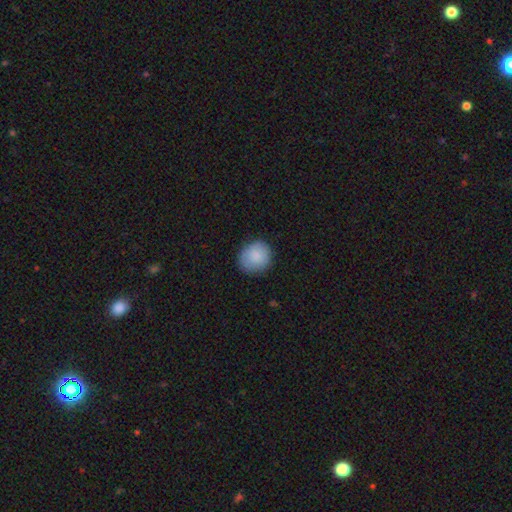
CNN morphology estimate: Smooth or featured?
  - smooth: 87% *
  - star or artifact: 7%
  - featured or disk: 6%
How rounded?
  - round: 83% *
  - in between: 16%
  - cigar-shaped: 1%
Merging?
  - none: 82% *
  - minor disturbance: 14%
  - major disturbance: 3%
  - merger: 1%